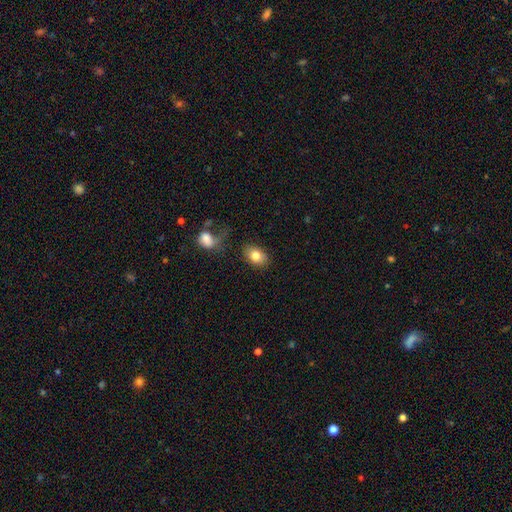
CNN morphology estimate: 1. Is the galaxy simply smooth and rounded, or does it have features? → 80% smooth, 12% featured or disk, 8% star or artifact.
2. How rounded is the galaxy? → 79% in between, 20% round, 1% cigar-shaped.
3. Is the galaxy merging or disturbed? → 78% none, 12% minor disturbance, 5% major disturbance, 5% merger.